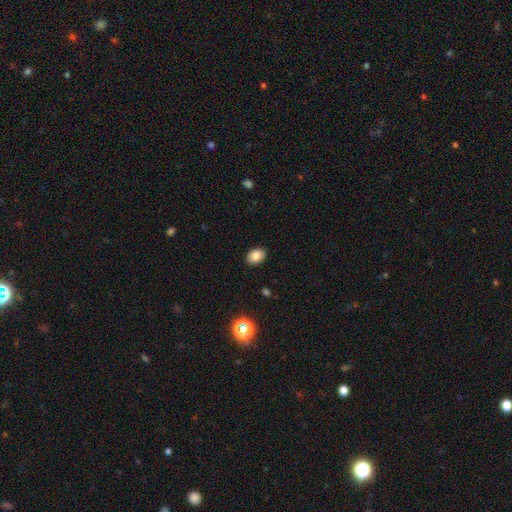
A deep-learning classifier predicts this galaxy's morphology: The model was most divided on "how rounded": in between: 79%, round: 20%, cigar-shaped: 1%. More confident: merging — none (90%); smooth or featured — smooth (84%).